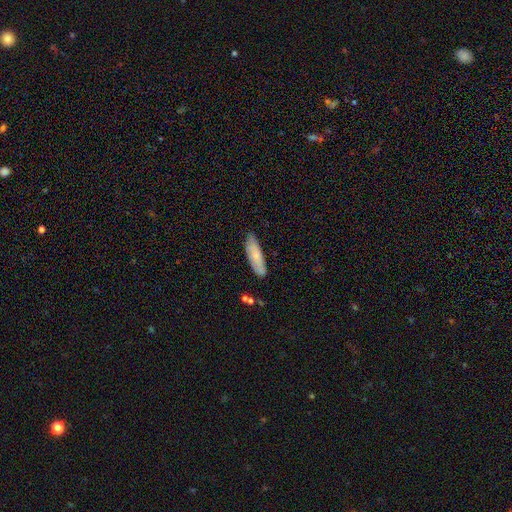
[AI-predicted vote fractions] Smooth or featured: smooth — 67% (featured or disk — 27%)
How rounded: cigar-shaped — 54% (in between — 44%)
Merging: none — 78% (minor disturbance — 17%)